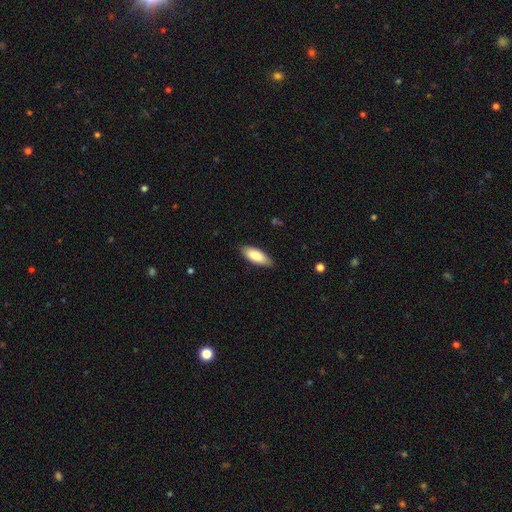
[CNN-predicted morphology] type=smooth (85%); roundness=in between (75%); merging=none (85%).